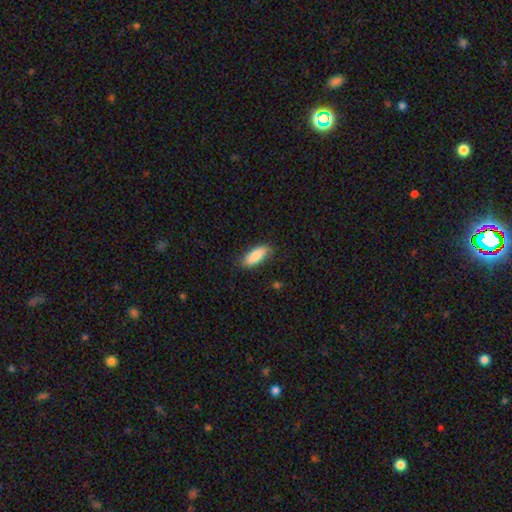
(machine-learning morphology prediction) smooth-or-featured: smooth: 86% | featured or disk: 8% | star or artifact: 6%
  how-rounded: in between: 78% | cigar-shaped: 20% | round: 2%
  merging: none: 81% | minor disturbance: 15% | major disturbance: 3% | merger: 1%